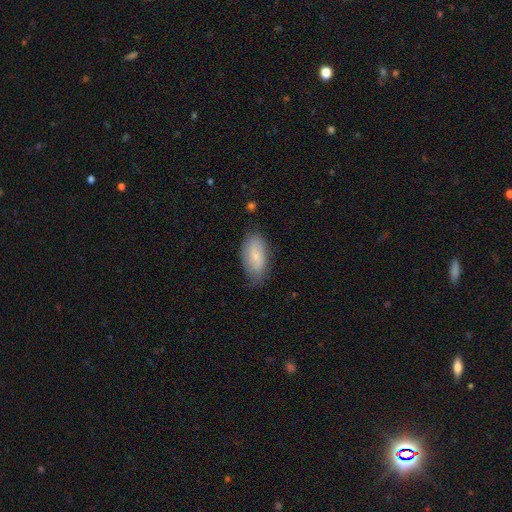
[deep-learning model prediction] smooth_or_featured: smooth (p=0.66) [alt: featured or disk p=0.27]
how_rounded: in between (p=0.91) [alt: cigar-shaped p=0.06]
merging: none (p=0.69) [alt: minor disturbance p=0.25]